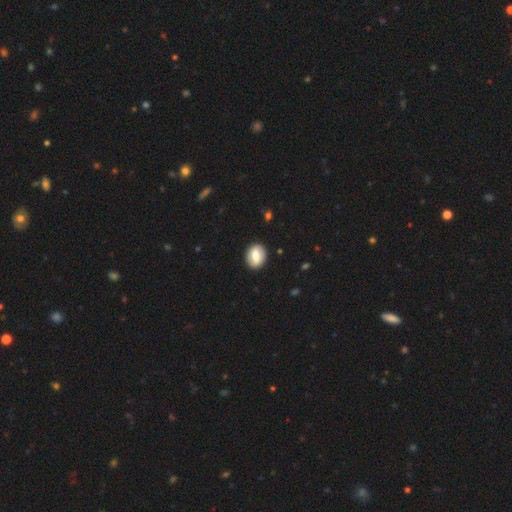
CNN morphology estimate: This is likely a smooth galaxy (68%). How rounded: possibly in between (58%). Merging: clearly none (88%).